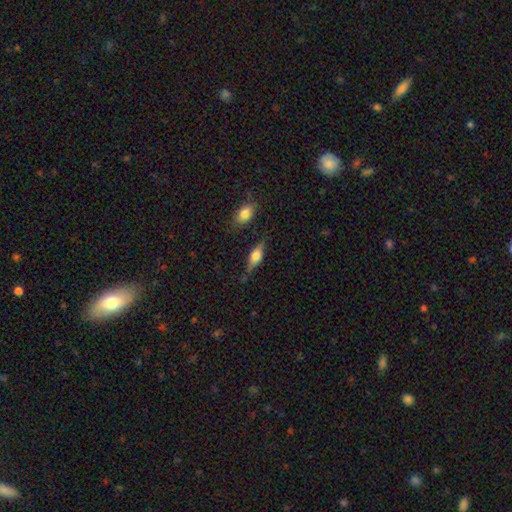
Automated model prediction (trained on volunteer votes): A smooth galaxy with no disk features (52%) that is in between round and cigar-shaped (66%). Merging: none (69%).